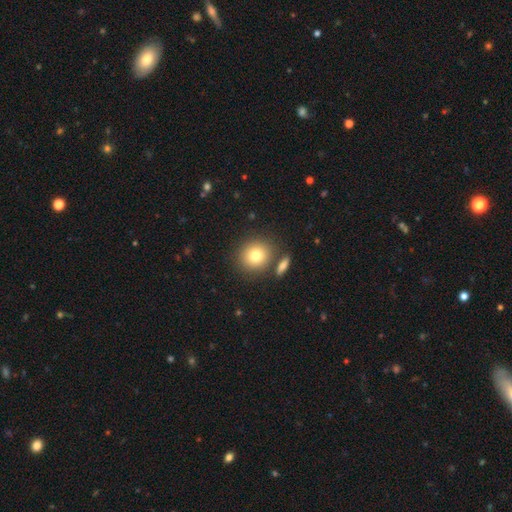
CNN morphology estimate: smooth-or-featured: smooth: 78% | featured or disk: 11% | star or artifact: 11%
  how-rounded: round: 86% | in between: 13% | cigar-shaped: 1%
  merging: none: 77% | merger: 11% | minor disturbance: 9% | major disturbance: 3%